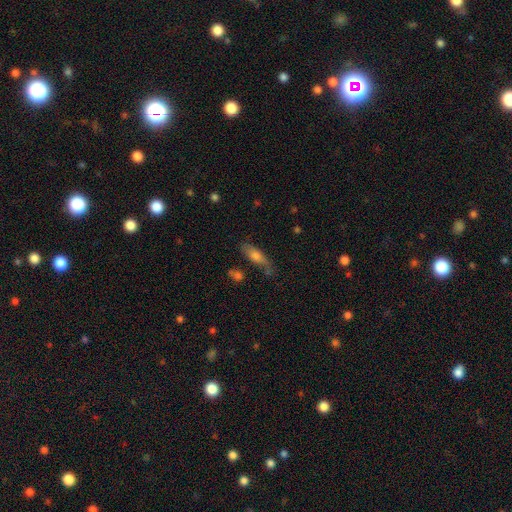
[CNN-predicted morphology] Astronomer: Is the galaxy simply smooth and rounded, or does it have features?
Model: smooth — 61%.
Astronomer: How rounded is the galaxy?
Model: in between — 50% (runner-up: cigar-shaped, 47%).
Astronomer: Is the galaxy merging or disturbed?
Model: none — 59%.